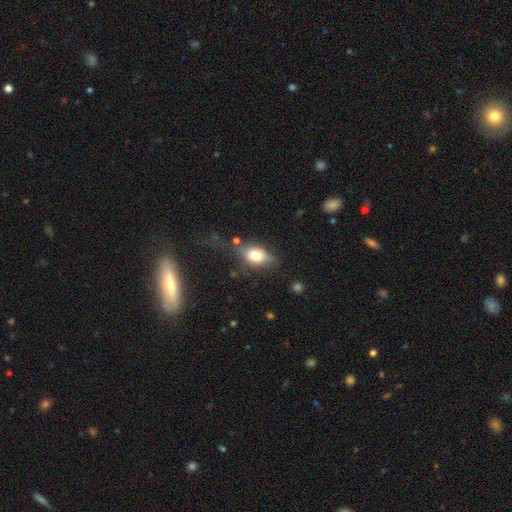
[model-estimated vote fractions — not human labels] Smooth or featured?
  - smooth: 71% *
  - featured or disk: 19%
  - star or artifact: 9%
How rounded?
  - in between: 78% *
  - round: 18%
  - cigar-shaped: 4%
Merging?
  - none: 54% *
  - minor disturbance: 26%
  - major disturbance: 14%
  - merger: 6%